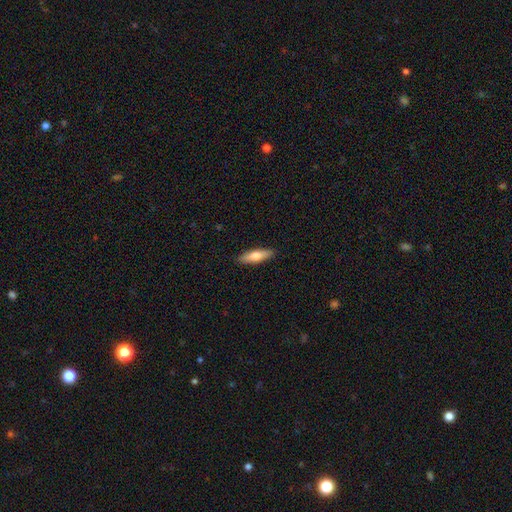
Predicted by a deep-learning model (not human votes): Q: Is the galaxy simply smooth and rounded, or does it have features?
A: smooth — 61%.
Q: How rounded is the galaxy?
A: cigar-shaped — 65%.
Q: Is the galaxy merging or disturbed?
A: none — 90%.